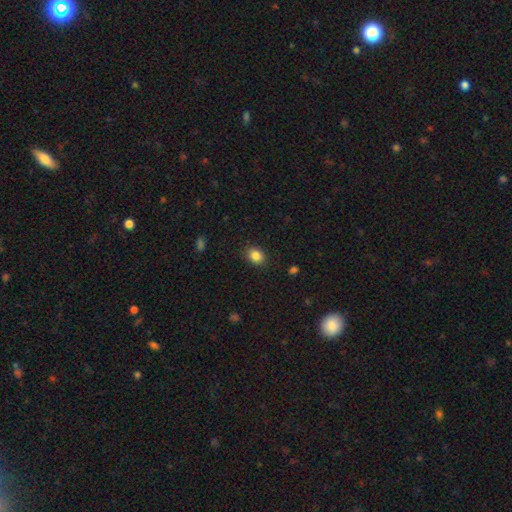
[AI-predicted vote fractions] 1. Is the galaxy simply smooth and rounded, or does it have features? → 86% smooth, 9% star or artifact, 5% featured or disk.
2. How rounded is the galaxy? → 60% in between, 39% round, 1% cigar-shaped.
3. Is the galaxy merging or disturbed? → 88% none, 9% minor disturbance, 2% major disturbance, 1% merger.